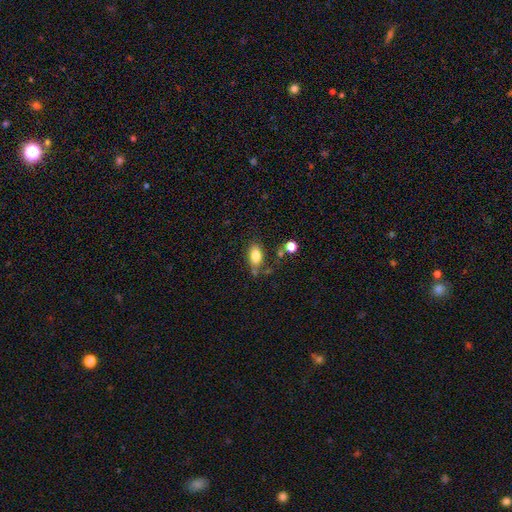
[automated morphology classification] A smooth galaxy with no disk features (81%) that is in between round and cigar-shaped (87%). Merging: none (66%).